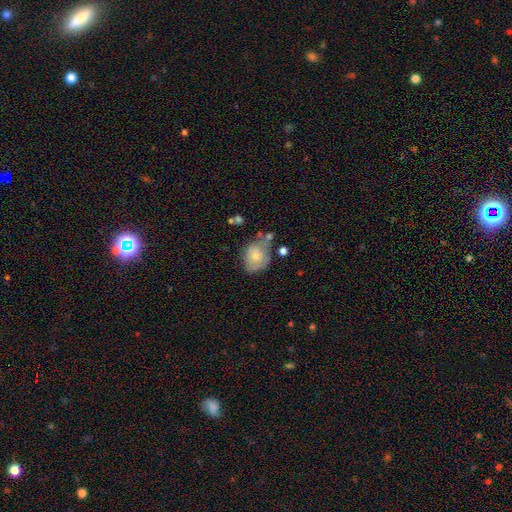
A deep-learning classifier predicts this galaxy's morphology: This is likely a smooth galaxy (69%). How rounded: possibly in between (54%). Merging: marginally none (41%).